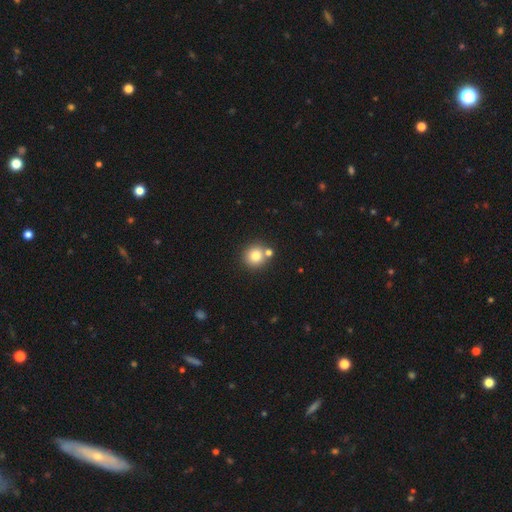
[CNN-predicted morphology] smooth 79%, star or artifact 12%, featured or disk 9%. Down the decision tree: how rounded — round (92%); merging — none (72%).